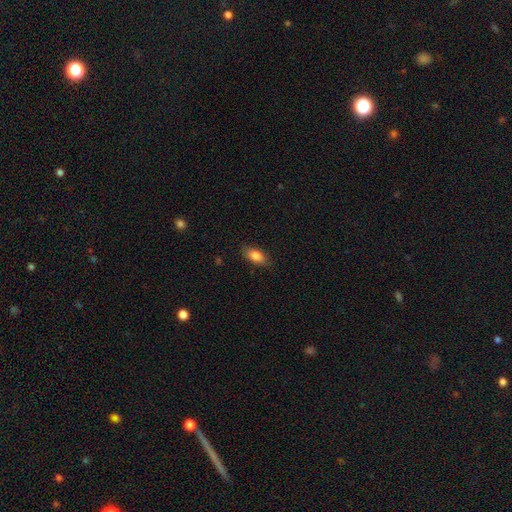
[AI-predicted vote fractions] smooth_or_featured: smooth (p=0.84) [alt: featured or disk p=0.08]
how_rounded: in between (p=0.88) [alt: cigar-shaped p=0.09]
merging: none (p=0.85) [alt: minor disturbance p=0.12]